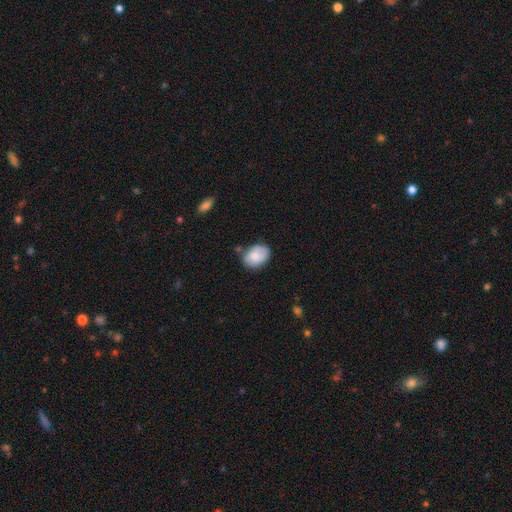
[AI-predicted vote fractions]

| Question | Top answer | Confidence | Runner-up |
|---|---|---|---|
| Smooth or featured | smooth | 72% | featured or disk (20%) |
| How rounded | in between | 76% | round (23%) |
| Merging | none | 66% | minor disturbance (24%) |